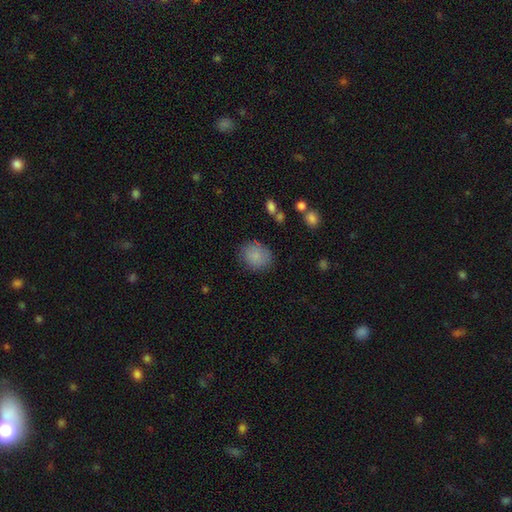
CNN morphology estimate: Smooth or featured? smooth (85%)
How rounded? round (62%)
Merging? none (80%)